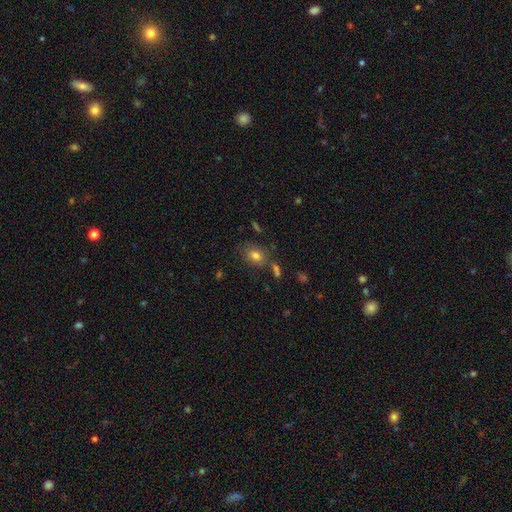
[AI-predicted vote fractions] The model was most divided on "how rounded": in between: 65%, round: 34%, cigar-shaped: 1%. More confident: smooth or featured — smooth (78%); merging — none (68%).